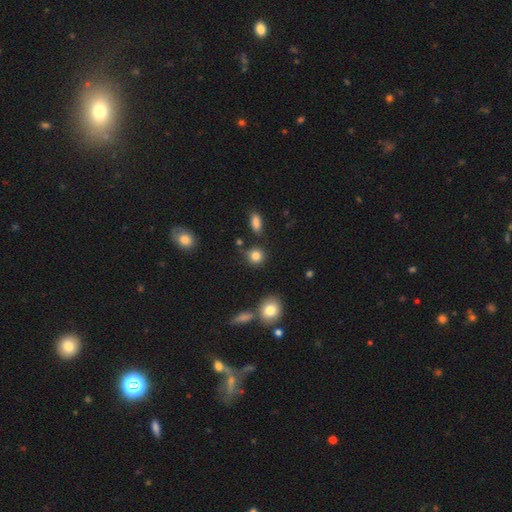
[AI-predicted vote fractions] This appears to be a smooth galaxy with no disk features (83%) that is round (86%). Merging: none (80%).